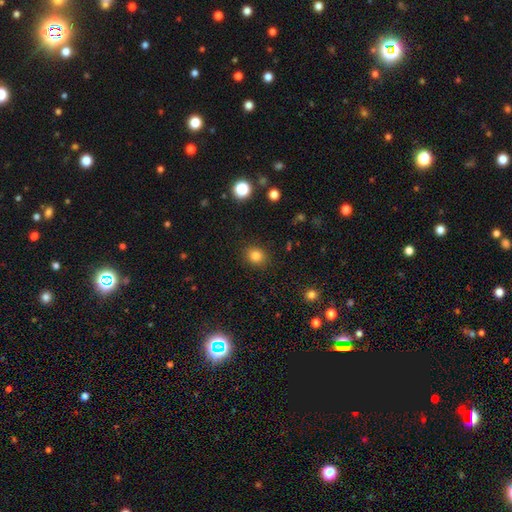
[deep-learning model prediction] smooth-or-featured: smooth: 82% | star or artifact: 13% | featured or disk: 6%
  how-rounded: round: 79% | in between: 20% | cigar-shaped: 1%
  merging: none: 90% | minor disturbance: 7% | major disturbance: 2% | merger: 1%